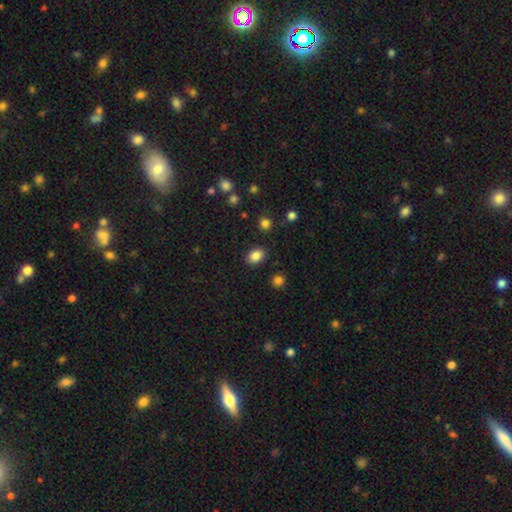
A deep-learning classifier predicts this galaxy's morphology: smooth_or_featured: smooth (p=0.85) [alt: star or artifact p=0.09]
how_rounded: in between (p=0.77) [alt: round p=0.22]
merging: none (p=0.87) [alt: minor disturbance p=0.09]